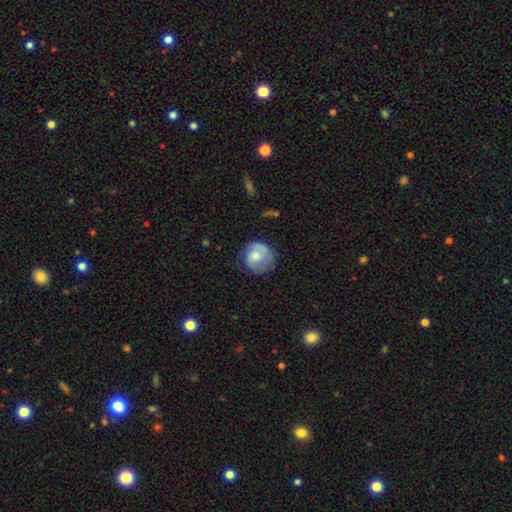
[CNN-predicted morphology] This appears to be a smooth galaxy with no disk features (50%). Merging: none (64%).